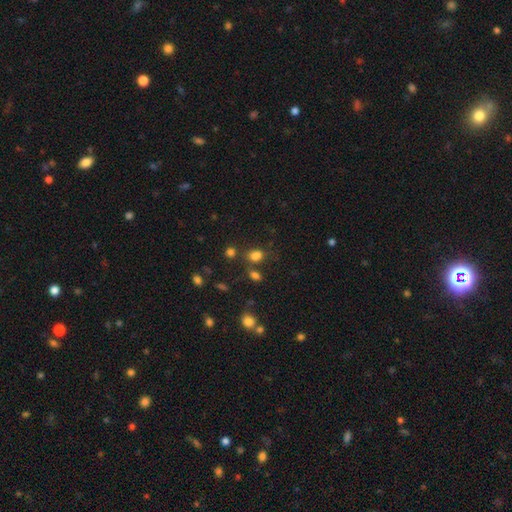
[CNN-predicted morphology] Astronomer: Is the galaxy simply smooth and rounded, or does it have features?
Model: smooth — 79%.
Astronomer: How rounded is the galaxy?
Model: in between — 69%.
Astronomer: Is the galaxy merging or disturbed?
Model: none — 65%.